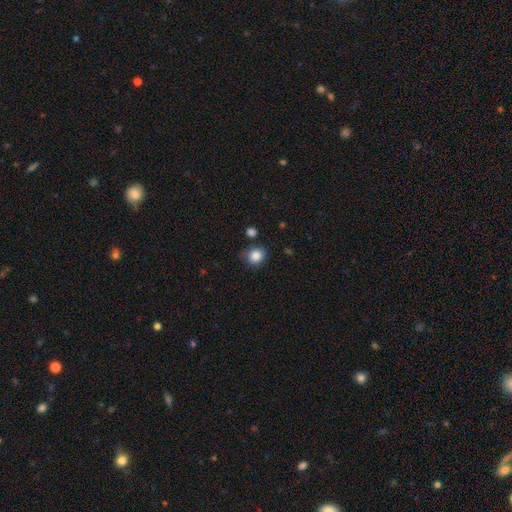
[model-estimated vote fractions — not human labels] Morphology: type=smooth (86%); roundness=round (78%); merging=none (77%).